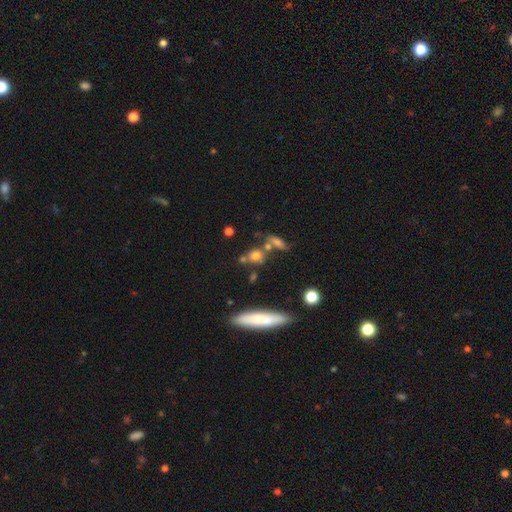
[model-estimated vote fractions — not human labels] This appears to be a smooth galaxy with no disk features (68%) that is round (61%). Merging: none (56%).